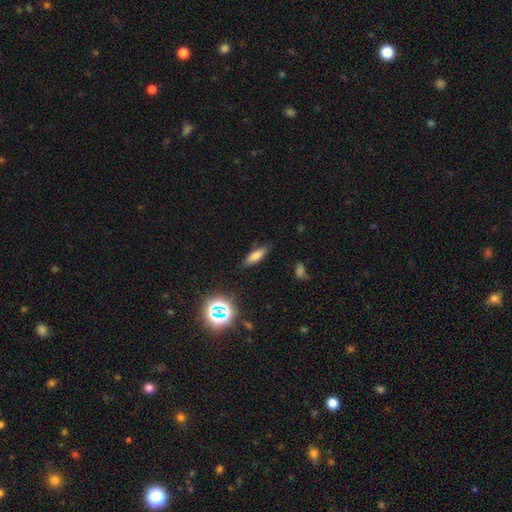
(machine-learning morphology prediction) Smooth or featured? smooth (74%)
How rounded? in between (57%)
Merging? none (82%)